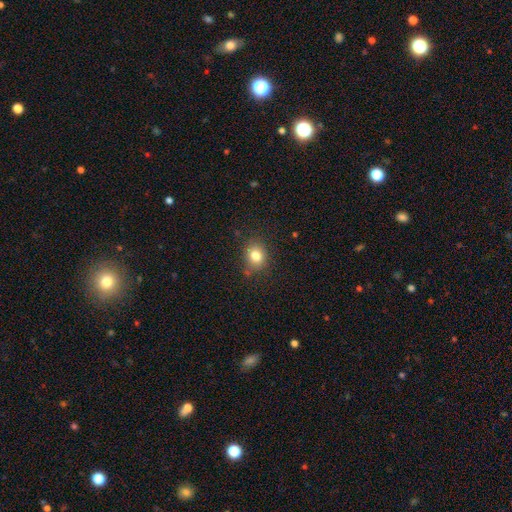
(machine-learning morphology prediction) smooth_or_featured: smooth (p=0.81) [alt: star or artifact p=0.11]
how_rounded: round (p=0.59) [alt: in between p=0.40]
merging: none (p=0.78) [alt: minor disturbance p=0.15]